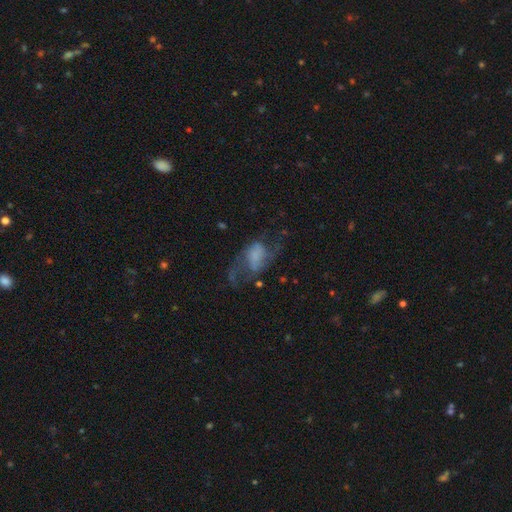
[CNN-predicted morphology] Smooth or featured? Predicted: featured or disk (p=0.58). Edge-on disk? Predicted: no (p=0.96). Bar? Predicted: no (p=0.61). Spiral arms? Predicted: yes (p=0.70). Bulge size? Predicted: none (p=0.46). Merging? Predicted: major disturbance (p=0.40).